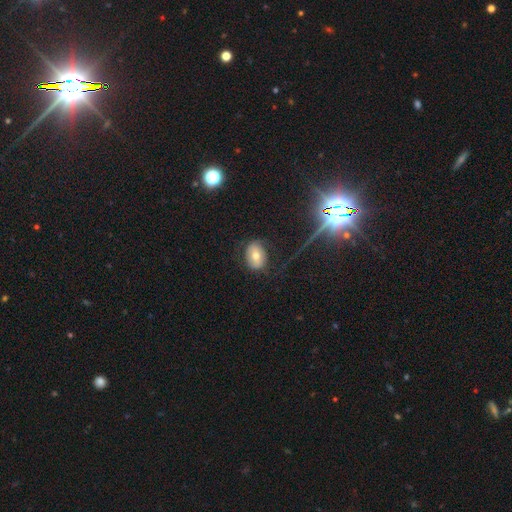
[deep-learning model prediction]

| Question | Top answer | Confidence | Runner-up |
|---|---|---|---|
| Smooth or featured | smooth | 59% | featured or disk (26%) |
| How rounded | in between | 71% | round (27%) |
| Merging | none | 78% | minor disturbance (15%) |